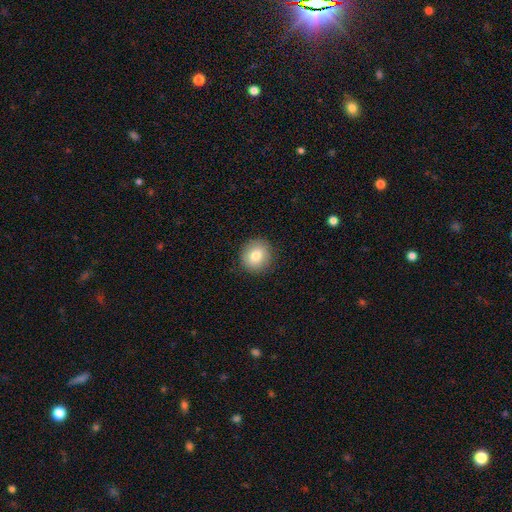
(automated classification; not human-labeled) Q: Smooth or featured?
A: smooth (80%); runner-up: featured or disk (11%)
Q: How rounded?
A: round (90%); runner-up: in between (9%)
Q: Merging?
A: none (90%); runner-up: minor disturbance (7%)